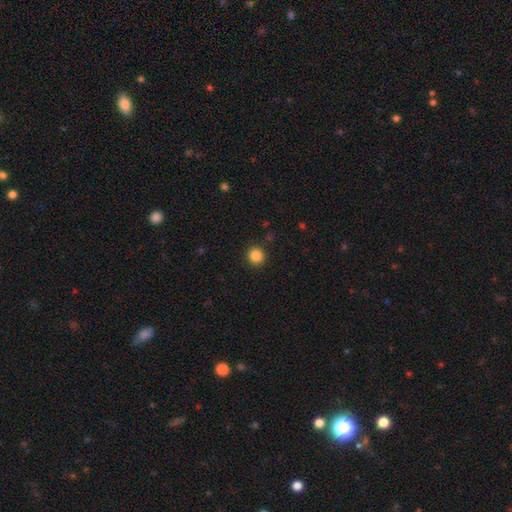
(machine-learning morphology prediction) A smooth galaxy with no disk features (86%) that is round (94%).

Vote fractions:
- Smooth or featured? smooth: 86% / star or artifact: 11% / featured or disk: 4%
- How rounded? round: 94% / in between: 5% / cigar-shaped: 1%
- Merging? none: 91% / minor disturbance: 5% / major disturbance: 2% / merger: 1%